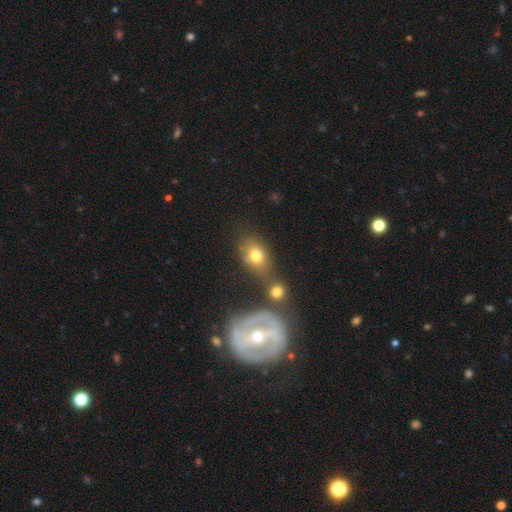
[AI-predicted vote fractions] smooth 68%, featured or disk 18%, star or artifact 14%. Down the decision tree: how rounded — in between (64%); merging — none (45%).